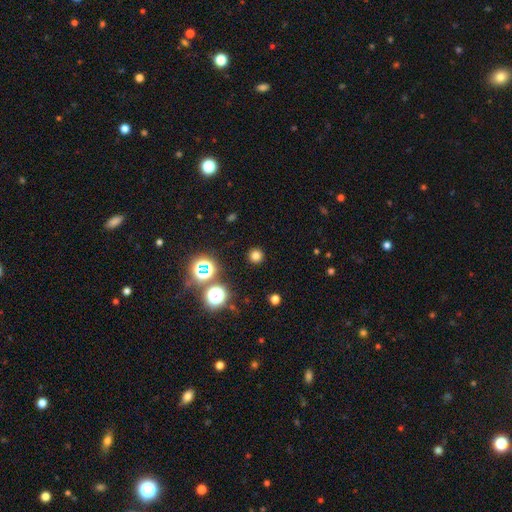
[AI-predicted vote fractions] Overall: smooth (73%). How rounded: round (95%). Merging: none (91%).